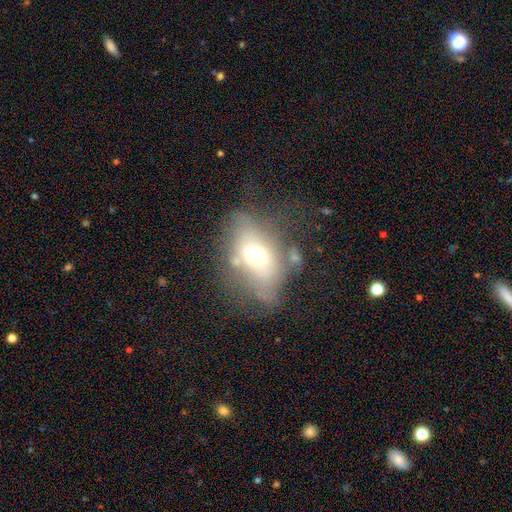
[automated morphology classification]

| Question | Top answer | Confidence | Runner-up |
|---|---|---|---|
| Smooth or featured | smooth | 48% | featured or disk (40%) |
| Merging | none | 42% | minor disturbance (27%) |